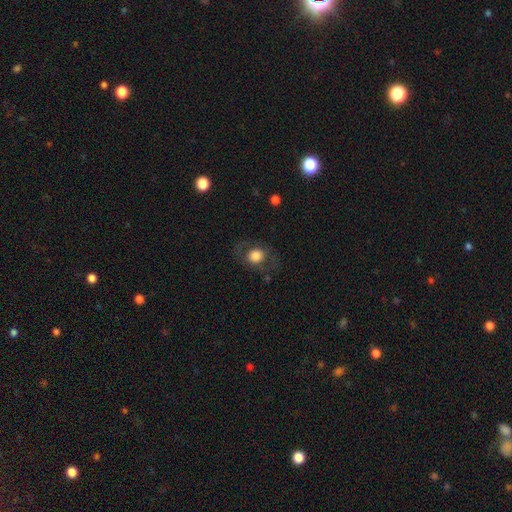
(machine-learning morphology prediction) smooth_or_featured: smooth (p=0.68) [alt: featured or disk p=0.24]
how_rounded: round (p=0.66) [alt: in between p=0.32]
merging: none (p=0.73) [alt: minor disturbance p=0.14]